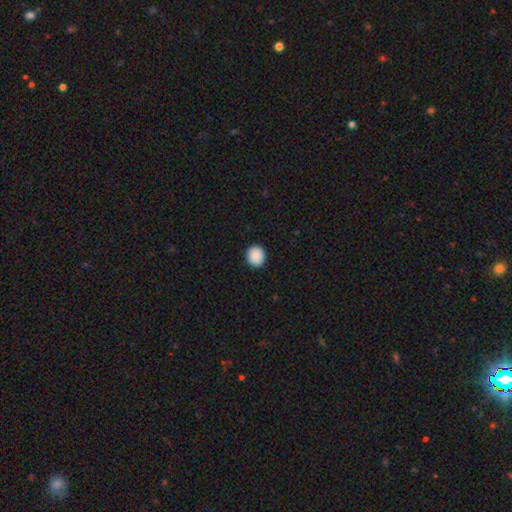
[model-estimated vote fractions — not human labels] Smooth or featured? smooth (90%)
How rounded? round (87%)
Merging? none (92%)